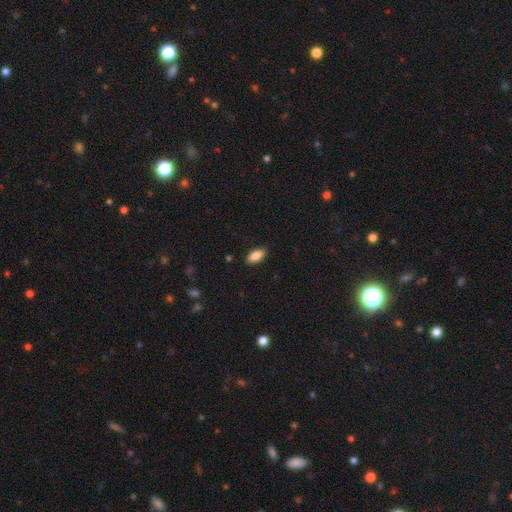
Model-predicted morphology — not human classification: Smooth or featured? smooth (87%)
How rounded? in between (91%)
Merging? none (87%)